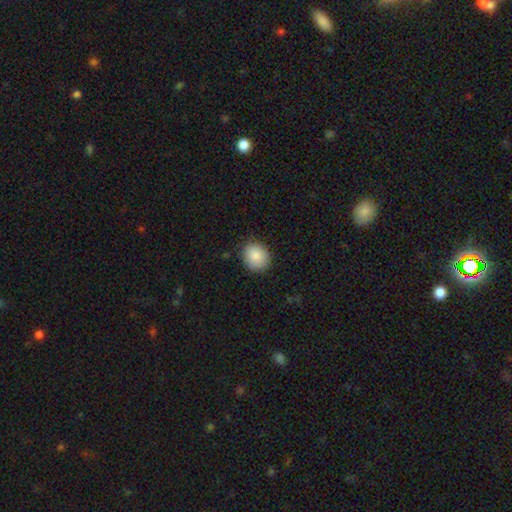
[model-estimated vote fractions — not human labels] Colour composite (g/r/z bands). It shows a smooth galaxy with no disk features (87%) that is round (73%). Merging: none (87%).